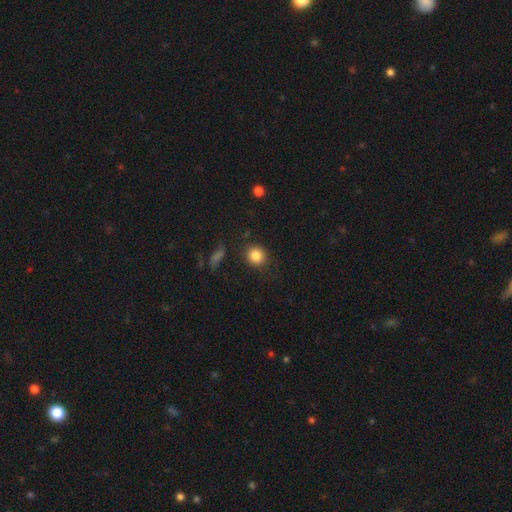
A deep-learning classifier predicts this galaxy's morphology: smooth-or-featured: smooth: 86% | star or artifact: 10% | featured or disk: 5%
  how-rounded: round: 87% | in between: 12% | cigar-shaped: 1%
  merging: none: 85% | minor disturbance: 9% | major disturbance: 3% | merger: 3%